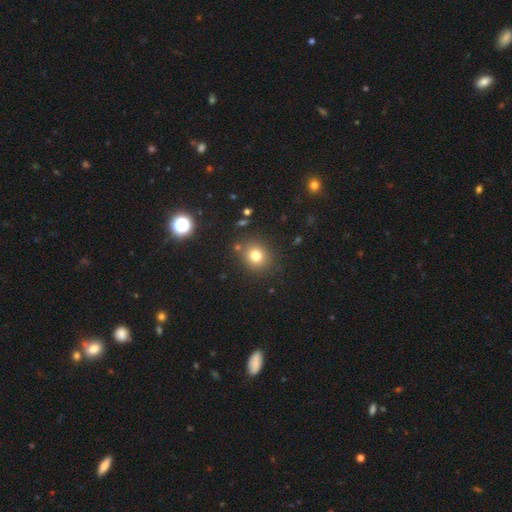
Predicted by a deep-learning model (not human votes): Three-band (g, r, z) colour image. It shows a smooth galaxy with no disk features (78%) that is round (81%). Merging: none (83%).